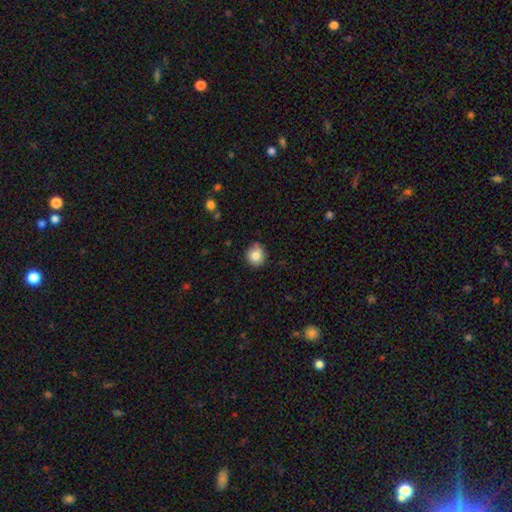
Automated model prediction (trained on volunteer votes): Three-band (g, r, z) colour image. It shows a smooth galaxy with no disk features (81%) that is round (87%). Merging: none (73%).